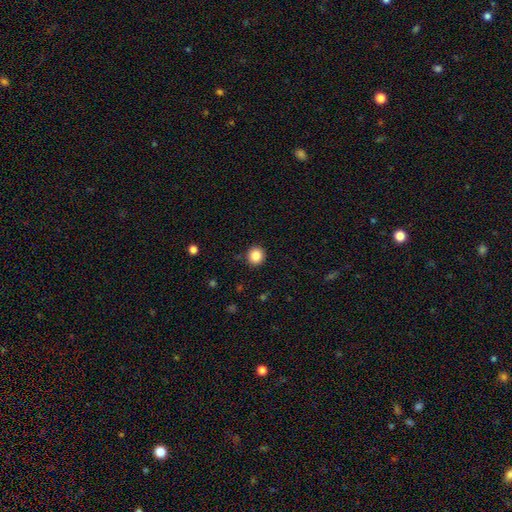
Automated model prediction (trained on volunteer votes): Smooth or featured? smooth (85%)
How rounded? round (91%)
Merging? none (91%)